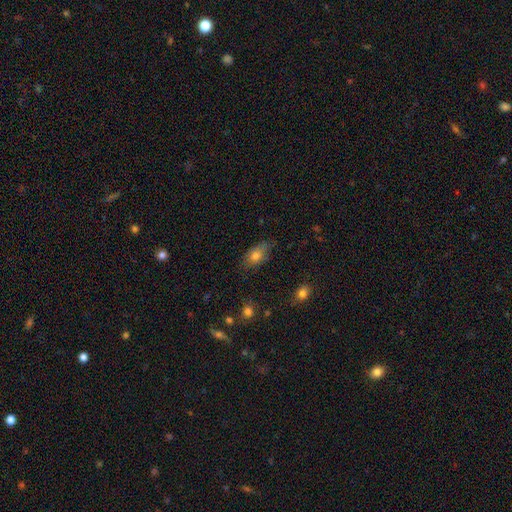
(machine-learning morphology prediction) A smooth galaxy with no disk features (75%) that is in between round and cigar-shaped (84%).

Vote fractions:
- Smooth or featured? smooth: 75% / featured or disk: 15% / star or artifact: 10%
- How rounded? in between: 84% / round: 9% / cigar-shaped: 6%
- Merging? none: 69% / minor disturbance: 24% / major disturbance: 5% / merger: 2%